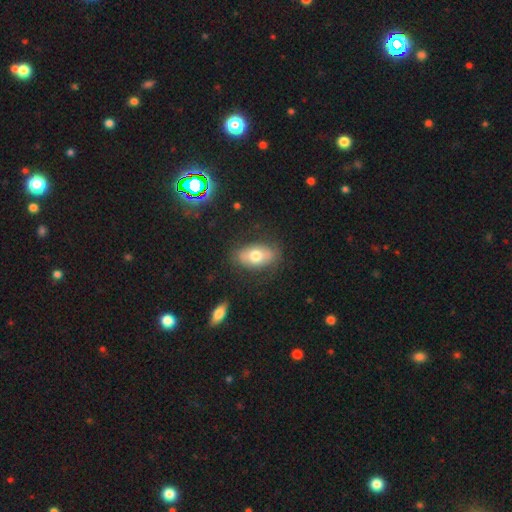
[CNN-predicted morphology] Smooth or featured? Predicted: smooth (p=0.64). How rounded? Predicted: in between (p=0.90). Merging? Predicted: none (p=0.79).